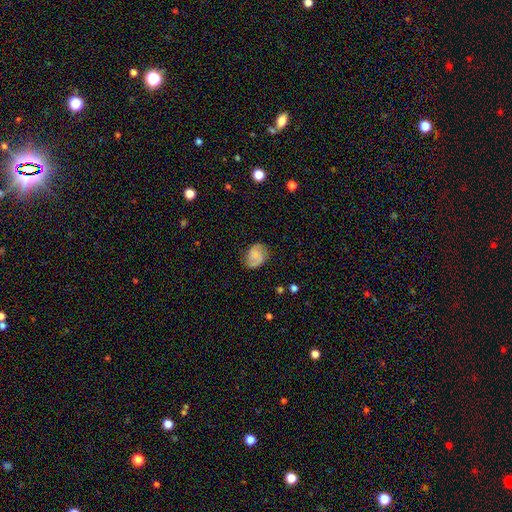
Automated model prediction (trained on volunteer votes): This appears to be a smooth galaxy with no disk features (48%). Merging: none (74%).